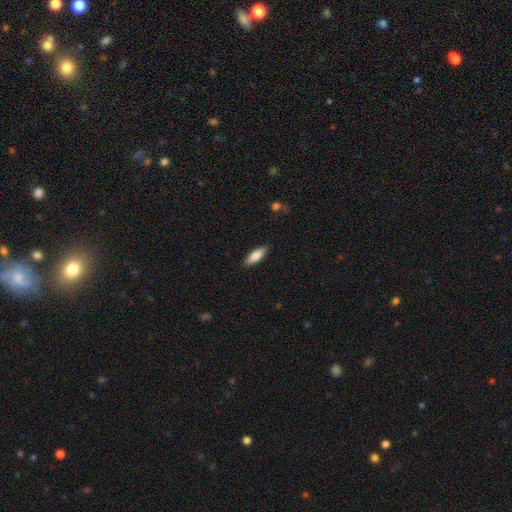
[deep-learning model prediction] Smooth or featured? smooth (79%)
How rounded? in between (60%)
Merging? none (88%)